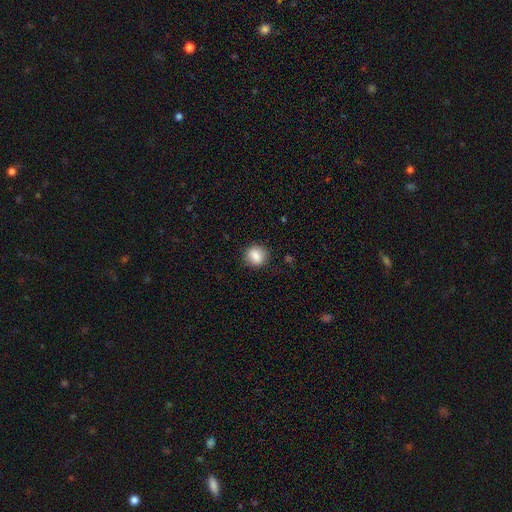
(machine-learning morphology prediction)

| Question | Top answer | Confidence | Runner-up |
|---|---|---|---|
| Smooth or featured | smooth | 85% | star or artifact (9%) |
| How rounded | round | 77% | in between (22%) |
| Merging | none | 85% | minor disturbance (11%) |